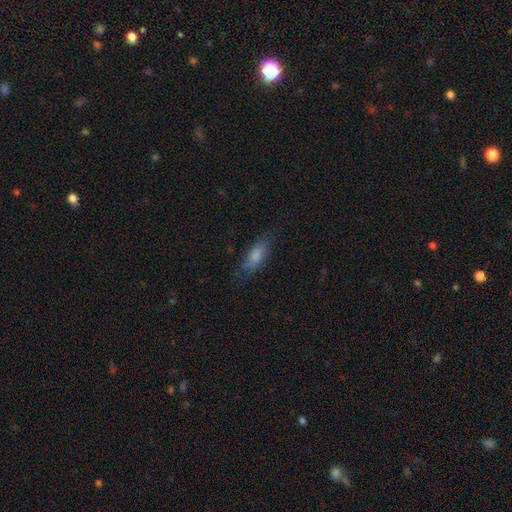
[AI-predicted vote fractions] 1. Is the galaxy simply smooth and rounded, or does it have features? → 75% smooth, 18% featured or disk, 7% star or artifact.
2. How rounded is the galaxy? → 69% in between, 29% cigar-shaped, 2% round.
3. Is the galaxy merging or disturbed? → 71% none, 20% minor disturbance, 8% major disturbance, 1% merger.